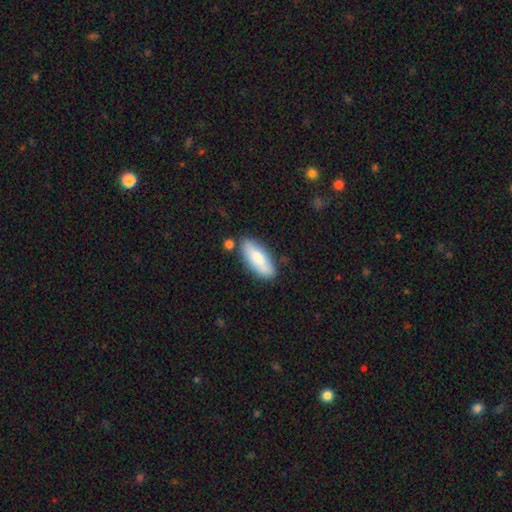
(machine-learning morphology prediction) This is likely a smooth galaxy (73%). How rounded: likely in between (75%). Merging: likely none (76%).